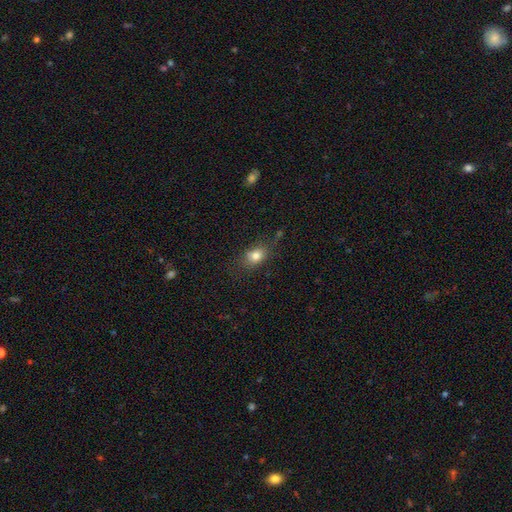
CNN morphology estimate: This is likely a smooth galaxy (80%). How rounded: likely in between (65%). Merging: likely none (70%).